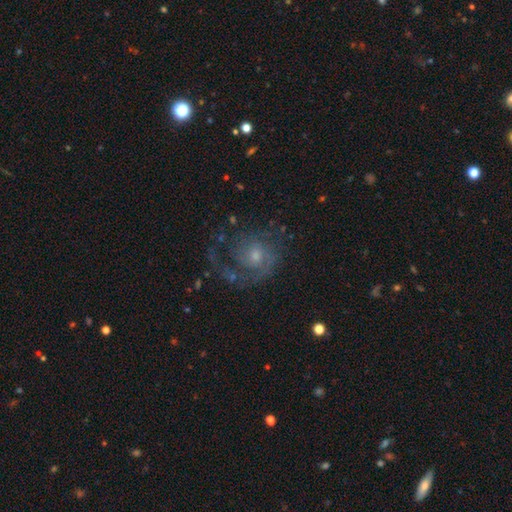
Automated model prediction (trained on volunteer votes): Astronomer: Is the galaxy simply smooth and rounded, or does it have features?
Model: featured or disk — 78%.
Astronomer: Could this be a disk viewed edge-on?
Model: no — 98%.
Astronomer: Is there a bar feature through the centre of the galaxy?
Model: no — 66%.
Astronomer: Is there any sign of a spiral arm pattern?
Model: yes — 91%.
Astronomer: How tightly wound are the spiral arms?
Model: medium — 42% (runner-up: tight, 35%).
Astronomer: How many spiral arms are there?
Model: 1 — 37% (runner-up: 2, 34%).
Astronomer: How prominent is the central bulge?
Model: small — 48% (runner-up: moderate, 44%).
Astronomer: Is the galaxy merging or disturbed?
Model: none — 56%.